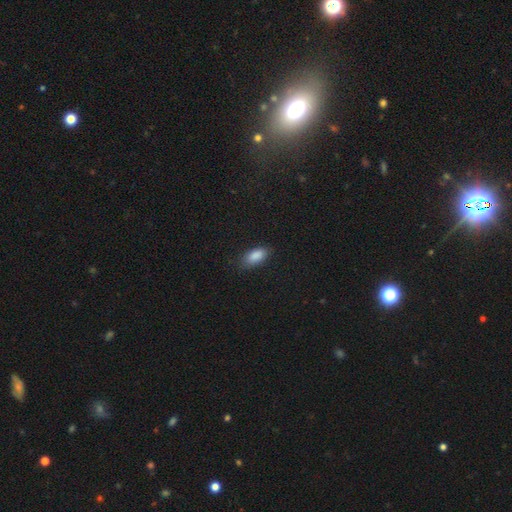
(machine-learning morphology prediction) Smooth or featured? smooth (88%)
How rounded? in between (90%)
Merging? none (80%)